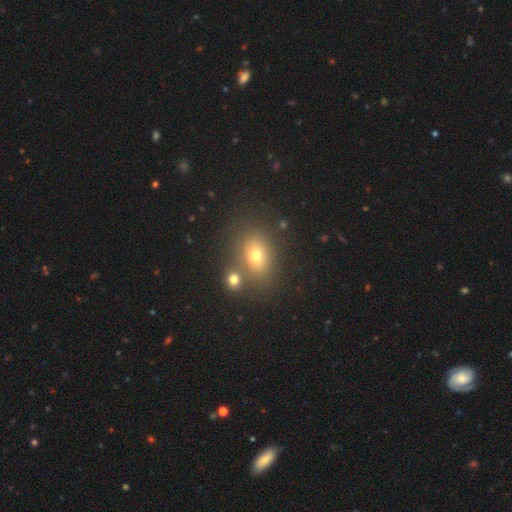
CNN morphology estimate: Smooth or featured? smooth (68%)
How rounded? in between (61%)
Merging? none (67%)